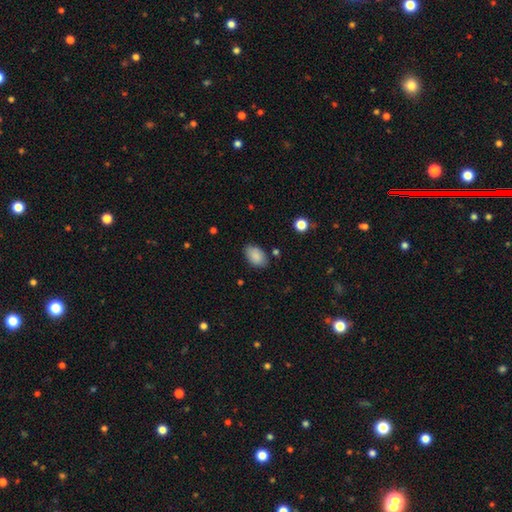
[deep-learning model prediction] Smooth or featured? Predicted: smooth (p=0.87). How rounded? Predicted: in between (p=0.91). Merging? Predicted: none (p=0.82).